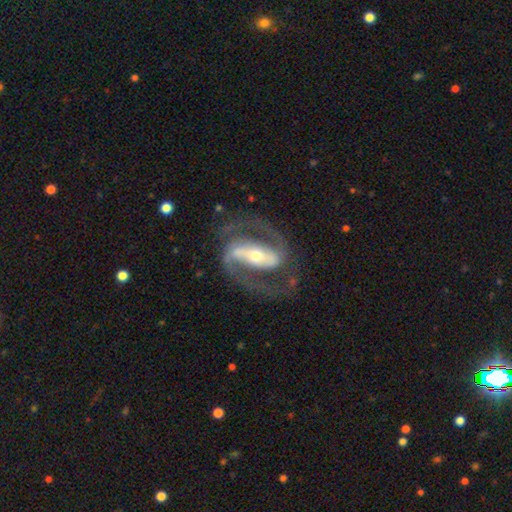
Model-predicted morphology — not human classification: featured or disk 91%, smooth 5%, star or artifact 4%. Down the decision tree: edge-on disk — no (96%); bar — strong (68%); spiral arms — yes (96%); spiral arm count — 2 (93%); spiral winding — medium (60%); bulge size — moderate (51%); merging — none (76%).